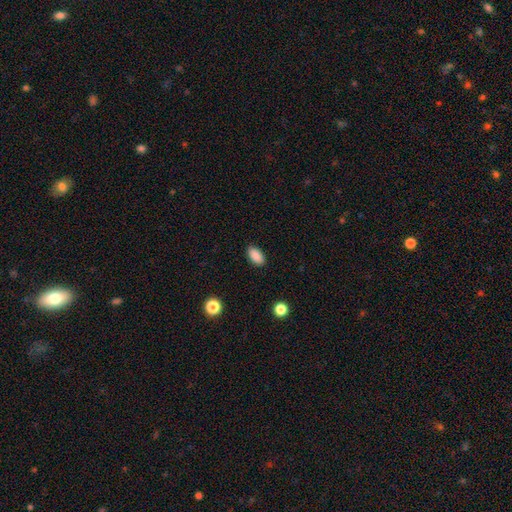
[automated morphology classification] Smooth or featured: smooth — 89% (star or artifact — 8%)
How rounded: in between — 93% (round — 4%)
Merging: none — 89% (minor disturbance — 8%)